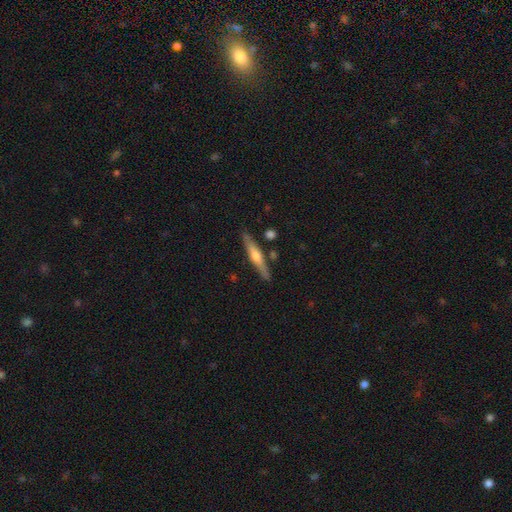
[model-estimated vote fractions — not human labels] Smooth or featured?
  - featured or disk: 58% *
  - smooth: 37%
  - star or artifact: 6%
Edge-on disk?
  - yes: 95% *
  - no: 5%
Edge-on bulge?
  - rounded: 85% *
  - none: 9%
  - boxy: 6%
Merging?
  - none: 85% *
  - minor disturbance: 9%
  - merger: 4%
  - major disturbance: 2%